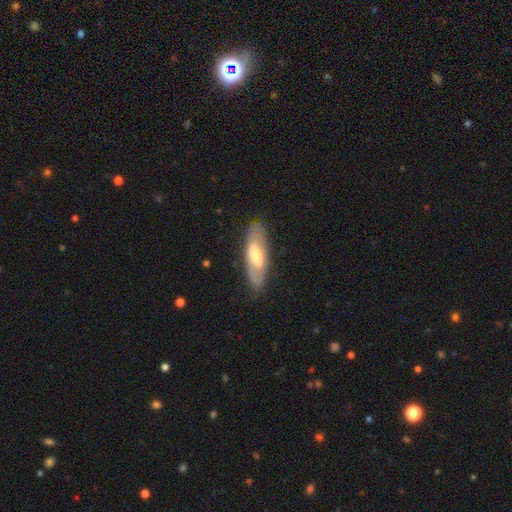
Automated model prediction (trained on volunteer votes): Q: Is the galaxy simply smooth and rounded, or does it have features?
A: featured or disk — 50%.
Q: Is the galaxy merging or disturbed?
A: none — 82%.